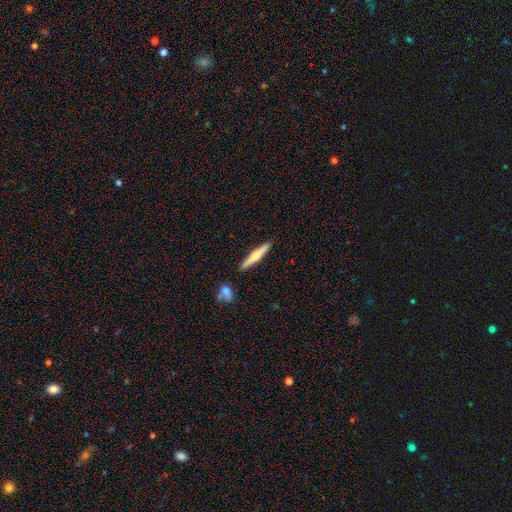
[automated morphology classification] Smooth or featured? featured or disk (57%)
Edge-on disk? yes (97%)
Edge-on bulge? rounded (89%)
Merging? none (88%)